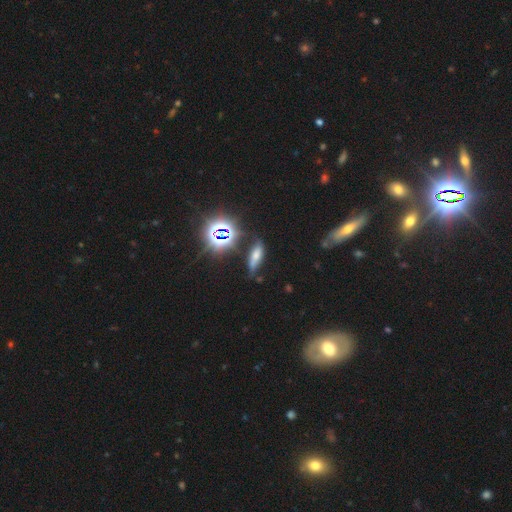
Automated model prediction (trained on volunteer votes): A smooth galaxy with no disk features (48%). Merging: none (60%).